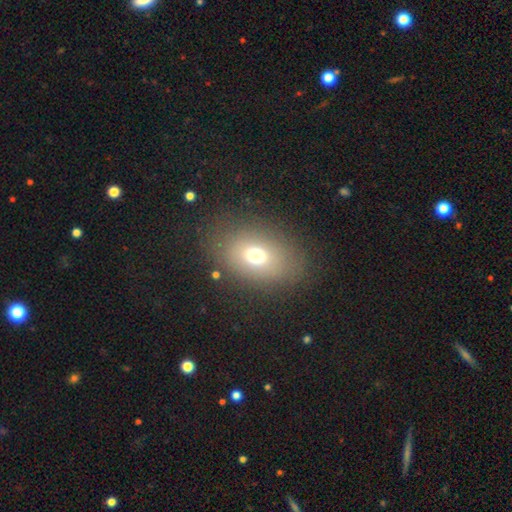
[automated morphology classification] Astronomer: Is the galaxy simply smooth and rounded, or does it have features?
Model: smooth — 69%.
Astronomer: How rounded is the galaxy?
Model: in between — 66%.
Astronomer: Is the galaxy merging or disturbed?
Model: none — 81%.